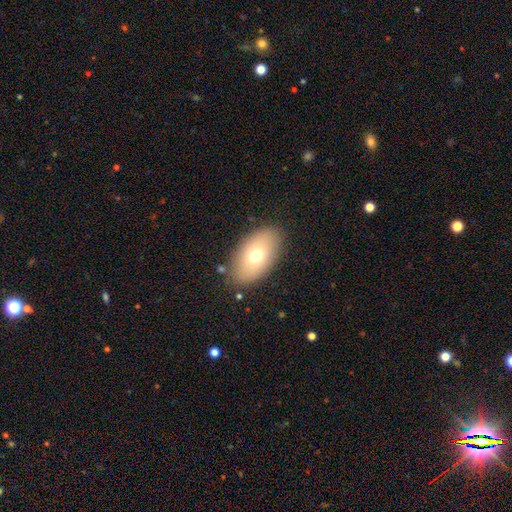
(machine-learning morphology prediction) smooth_or_featured: smooth (p=0.70) [alt: featured or disk p=0.22]
how_rounded: in between (p=0.92) [alt: round p=0.06]
merging: none (p=0.84) [alt: minor disturbance p=0.11]